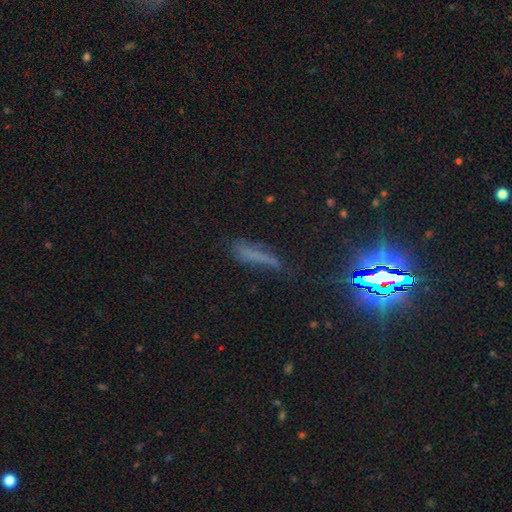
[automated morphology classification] smooth-or-featured: smooth: 40% | star or artifact: 35% | featured or disk: 24%
  merging: none: 53% | minor disturbance: 28% | major disturbance: 15% | merger: 4%